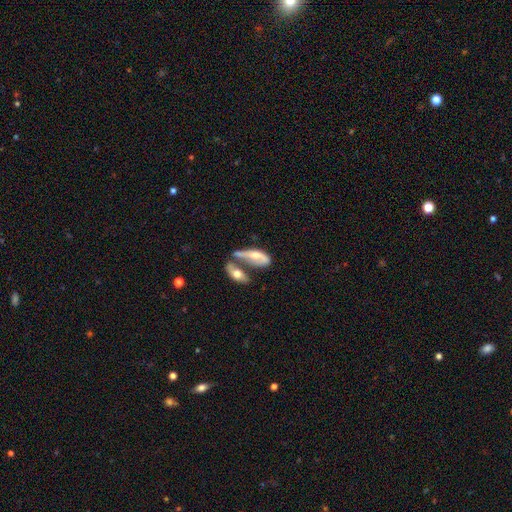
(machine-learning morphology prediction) This appears to be a smooth galaxy with no disk features (49%). Merging: merger (55%).